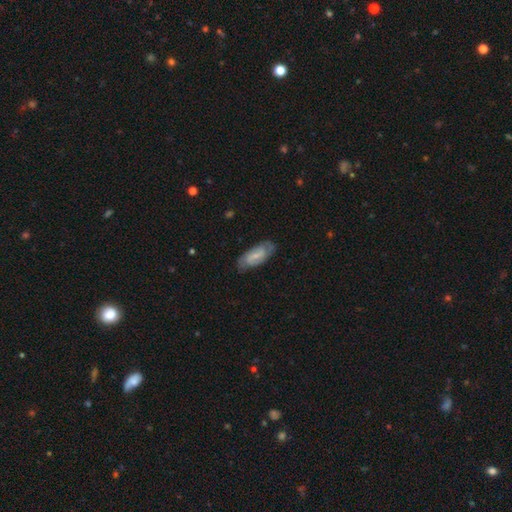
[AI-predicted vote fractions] smooth-or-featured: featured or disk: 63% | smooth: 31% | star or artifact: 6%
  disk-edge-on: no: 92% | yes: 8%
    bar: weak: 53% | no: 24% | strong: 23%
    has-spiral-arms: yes: 88% | no: 12%
      spiral-winding: medium: 44% | tight: 37% | loose: 19%
      spiral-arm-count: 2: 79% | can't tell: 15% | 3: 2% | 1: 2% | 4: 1% | more than 4: 1%
    bulge-size: small: 59% | moderate: 25% | none: 13% | large: 2% | dominant: 1%
  merging: none: 78% | minor disturbance: 16% | major disturbance: 4% | merger: 1%